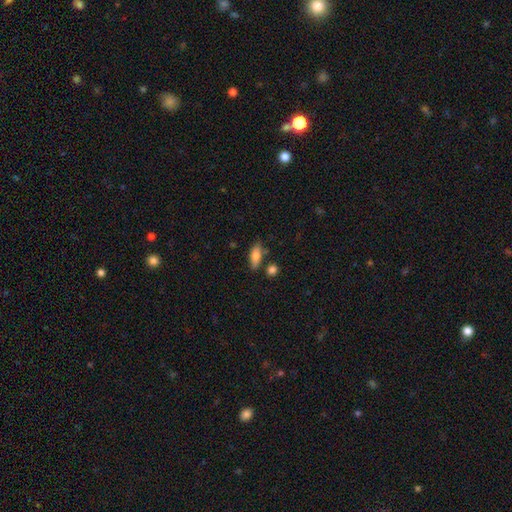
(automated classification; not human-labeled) Overall: smooth (76%). How rounded: in between (74%). Merging: none (71%).